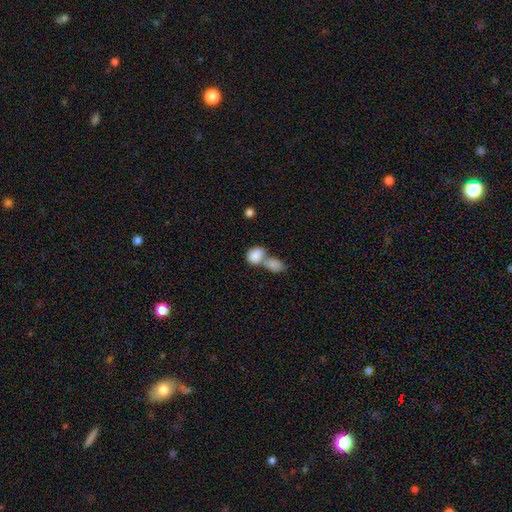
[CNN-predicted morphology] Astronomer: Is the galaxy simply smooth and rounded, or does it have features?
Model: smooth — 85%.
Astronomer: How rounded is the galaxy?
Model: in between — 70%.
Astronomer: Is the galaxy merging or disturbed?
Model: merger — 69%.